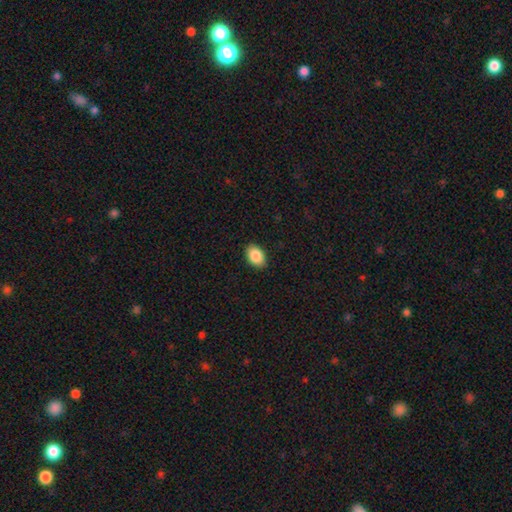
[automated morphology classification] Smooth or featured: smooth — 88% (star or artifact — 7%)
How rounded: in between — 86% (round — 13%)
Merging: none — 89% (minor disturbance — 8%)